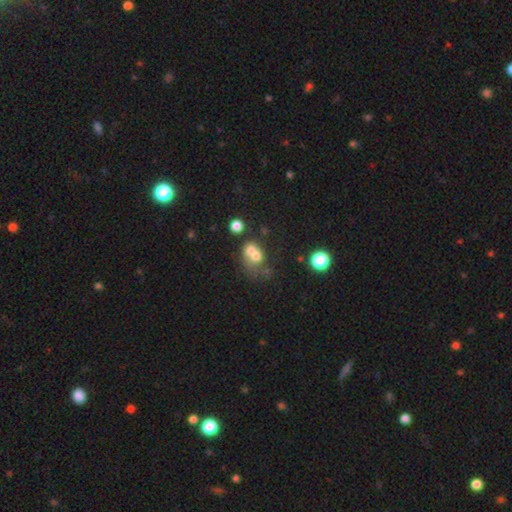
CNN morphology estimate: Smooth or featured?
  - smooth: 61% *
  - featured or disk: 26%
  - star or artifact: 13%
How rounded?
  - round: 59% *
  - in between: 40%
  - cigar-shaped: 1%
Merging?
  - merger: 64% *
  - none: 20%
  - major disturbance: 8%
  - minor disturbance: 8%